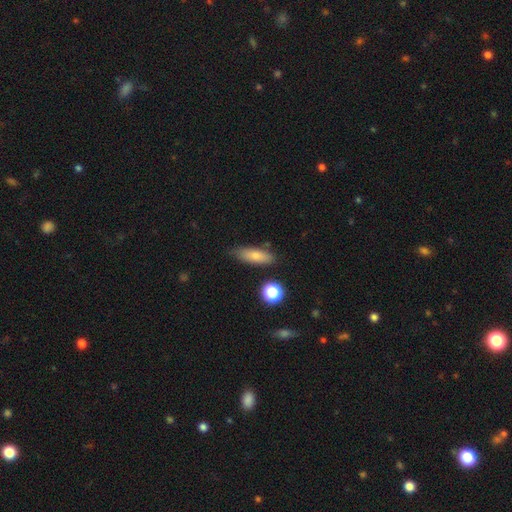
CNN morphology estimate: Smooth or featured?
  - smooth: 76% *
  - featured or disk: 15%
  - star or artifact: 8%
How rounded?
  - in between: 55% *
  - cigar-shaped: 41%
  - round: 4%
Merging?
  - none: 77% *
  - minor disturbance: 16%
  - merger: 4%
  - major disturbance: 3%